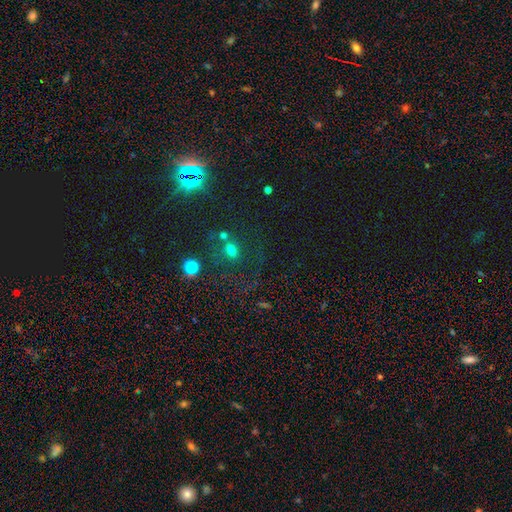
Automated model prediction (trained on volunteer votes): Overall: star or artifact (59%; smooth 28%).